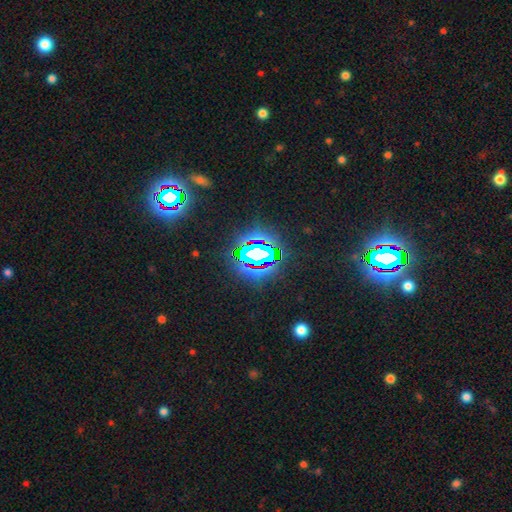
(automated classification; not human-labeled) Smooth or featured? star or artifact (76%)